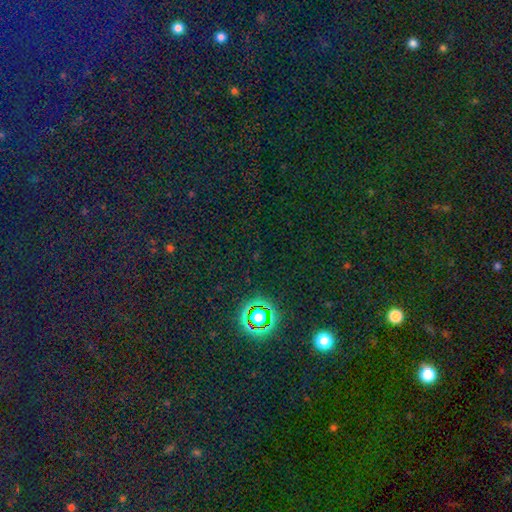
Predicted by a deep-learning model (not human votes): Smooth or featured?
  - star or artifact: 78% *
  - smooth: 16%
  - featured or disk: 7%